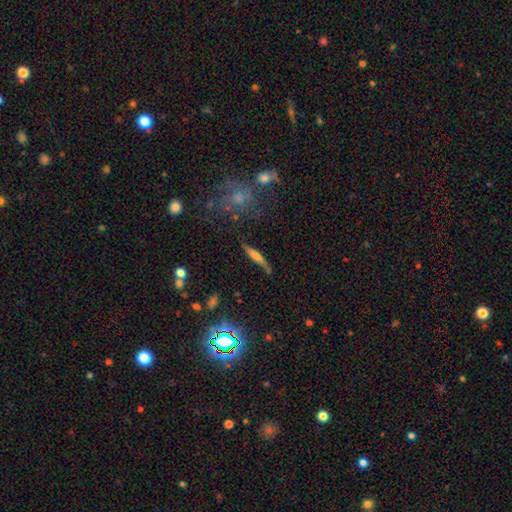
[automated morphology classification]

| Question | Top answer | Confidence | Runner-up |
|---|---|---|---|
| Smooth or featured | featured or disk | 47% | smooth (45%) |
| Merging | none | 73% | minor disturbance (17%) |